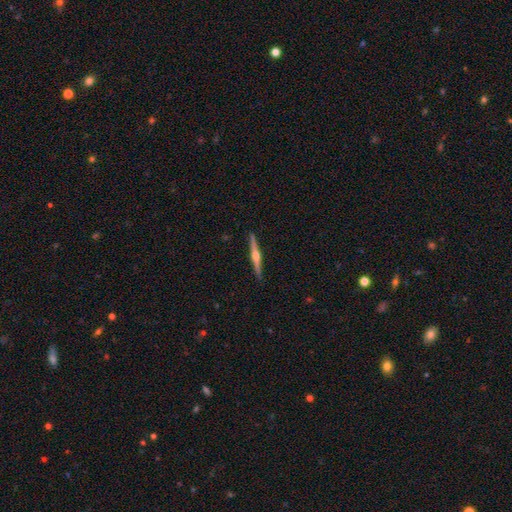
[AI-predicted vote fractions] Overall: featured or disk (77%). Edge-on disk: yes (98%). Edge-on bulge: rounded (93%). Merging: none (92%).